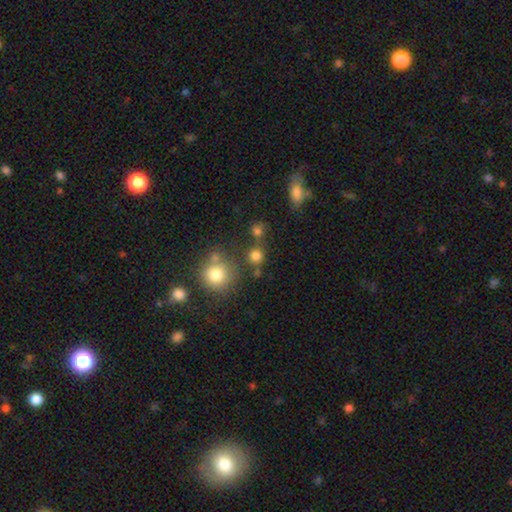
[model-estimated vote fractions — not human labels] A smooth galaxy with no disk features (77%) that is round (90%).

Vote fractions:
- Smooth or featured? smooth: 77% / star or artifact: 16% / featured or disk: 6%
- How rounded? round: 90% / in between: 9% / cigar-shaped: 1%
- Merging? none: 70% / merger: 16% / minor disturbance: 9% / major disturbance: 4%